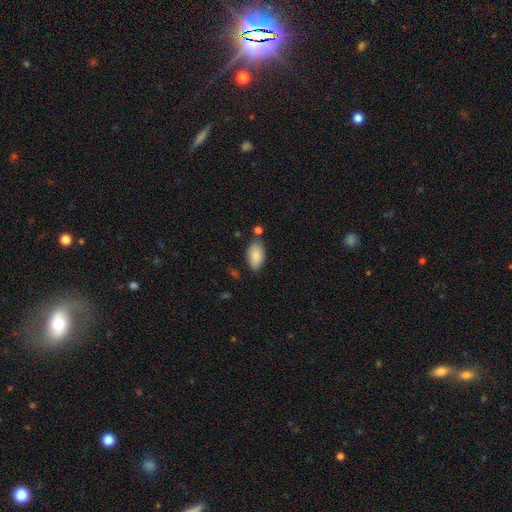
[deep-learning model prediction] smooth-or-featured: smooth: 87% | star or artifact: 6% | featured or disk: 6%
  how-rounded: in between: 94% | round: 3% | cigar-shaped: 2%
  merging: none: 73% | minor disturbance: 17% | merger: 7% | major disturbance: 4%